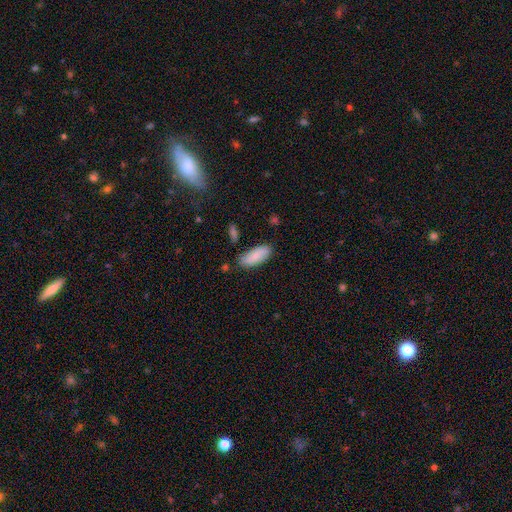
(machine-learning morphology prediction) A smooth galaxy with no disk features (81%) that is in between round and cigar-shaped (81%).

Vote fractions:
- Smooth or featured? smooth: 81% / featured or disk: 13% / star or artifact: 6%
- How rounded? in between: 81% / cigar-shaped: 17% / round: 2%
- Merging? none: 80% / minor disturbance: 14% / merger: 4% / major disturbance: 3%